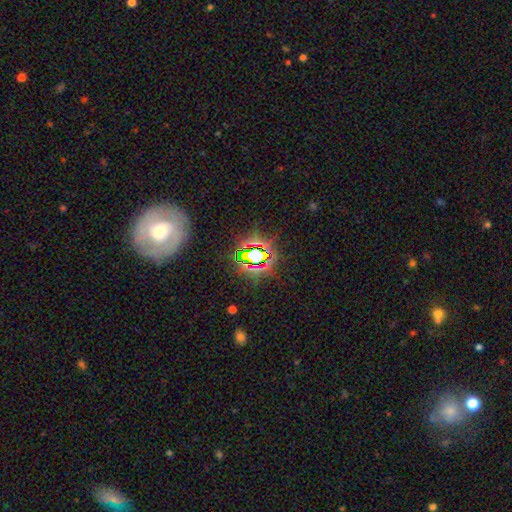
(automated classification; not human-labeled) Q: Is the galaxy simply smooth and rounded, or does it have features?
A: star or artifact — 75%.